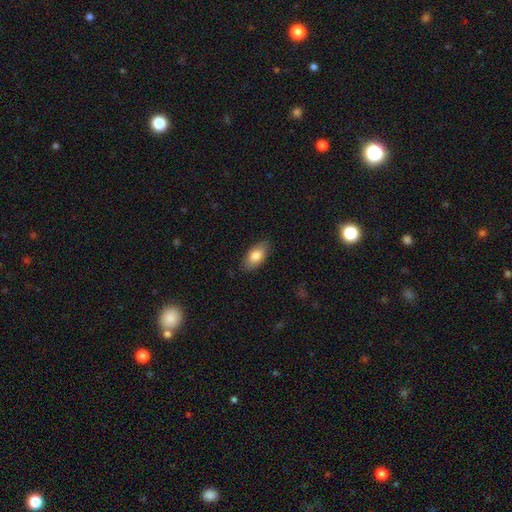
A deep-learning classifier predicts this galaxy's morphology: Smooth or featured?
  - smooth: 82% *
  - featured or disk: 12%
  - star or artifact: 6%
How rounded?
  - in between: 91% *
  - cigar-shaped: 5%
  - round: 3%
Merging?
  - none: 85% *
  - minor disturbance: 11%
  - major disturbance: 2%
  - merger: 1%